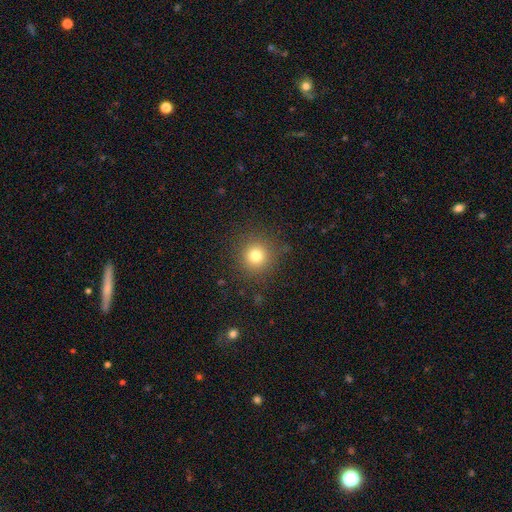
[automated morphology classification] Q: Smooth or featured?
A: smooth (78%); runner-up: star or artifact (14%)
Q: How rounded?
A: round (94%); runner-up: in between (6%)
Q: Merging?
A: none (88%); runner-up: minor disturbance (7%)